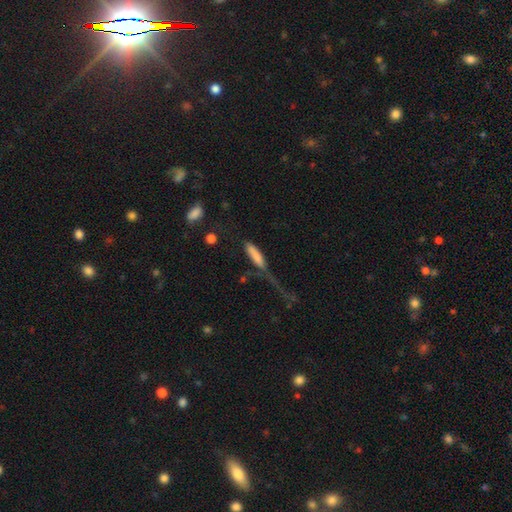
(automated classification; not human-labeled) This is likely a smooth galaxy (76%). How rounded: likely cigar-shaped (67%). Merging: marginally major disturbance (37%).